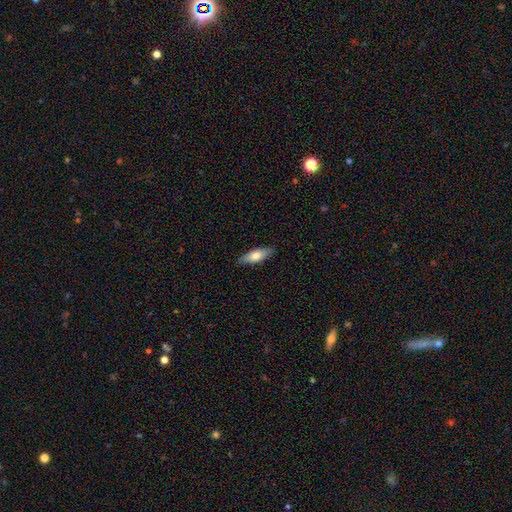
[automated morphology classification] smooth_or_featured: smooth (p=0.71) [alt: featured or disk p=0.23]
how_rounded: in between (p=0.64) [alt: cigar-shaped p=0.34]
merging: none (p=0.86) [alt: minor disturbance p=0.11]